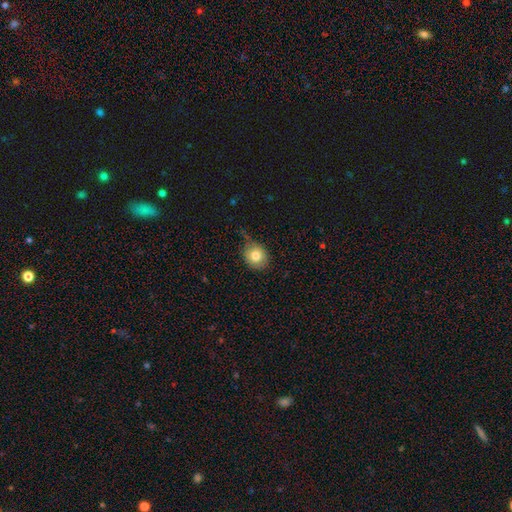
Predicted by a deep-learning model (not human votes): Q: Smooth or featured?
A: smooth (79%); runner-up: featured or disk (12%)
Q: How rounded?
A: round (72%); runner-up: in between (27%)
Q: Merging?
A: none (62%); runner-up: minor disturbance (28%)